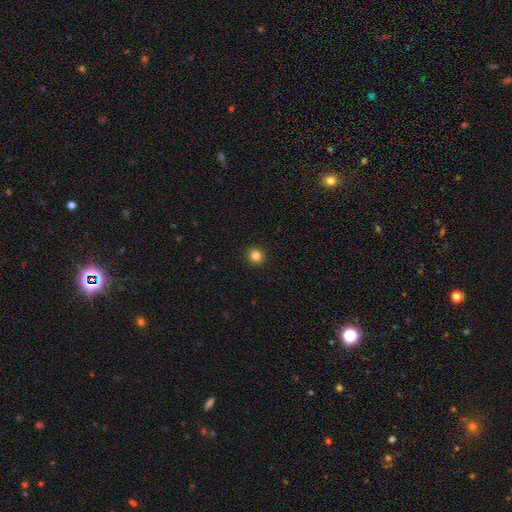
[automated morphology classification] type=smooth (84%); roundness=round (94%); merging=none (93%).